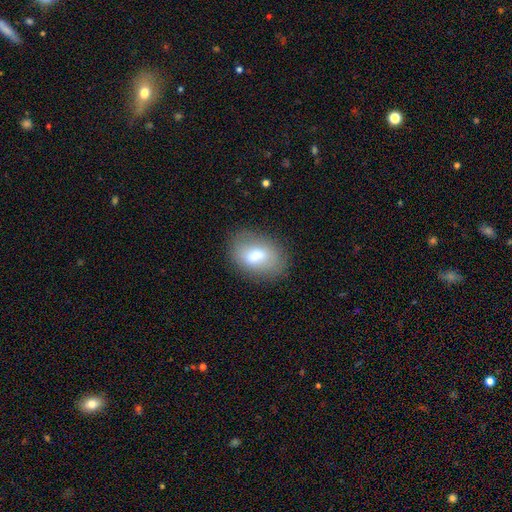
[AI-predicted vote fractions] Morphology: type=smooth (66%); roundness=in between (81%); merging=none (78%).